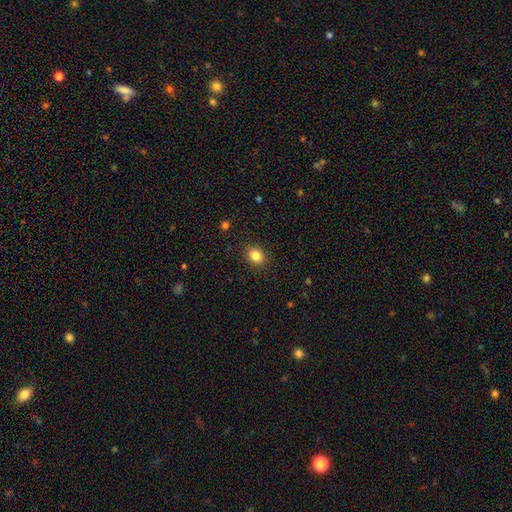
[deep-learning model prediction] smooth-or-featured: smooth: 84% | star or artifact: 11% | featured or disk: 5%
  how-rounded: round: 52% | in between: 47% | cigar-shaped: 1%
  merging: none: 88% | minor disturbance: 9% | major disturbance: 2% | merger: 1%